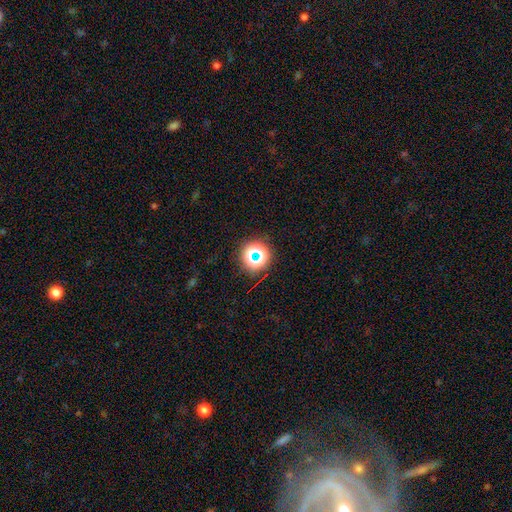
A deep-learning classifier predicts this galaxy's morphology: Q: Smooth or featured?
A: star or artifact (61%); runner-up: smooth (28%)